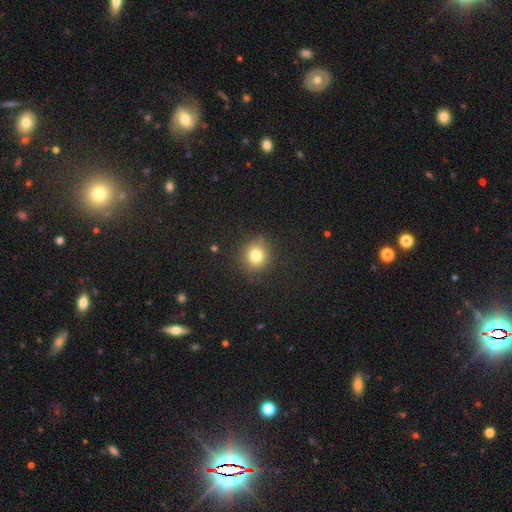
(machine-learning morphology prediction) This is likely a smooth galaxy (79%). How rounded: clearly round (89%). Merging: clearly none (89%).